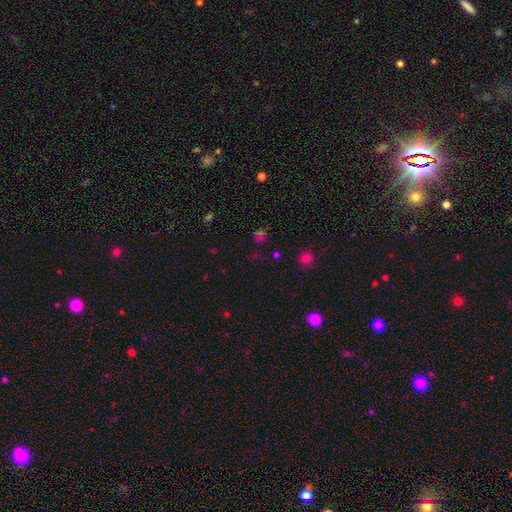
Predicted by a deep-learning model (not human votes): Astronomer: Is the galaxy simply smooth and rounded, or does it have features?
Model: star or artifact — 52% (runner-up: smooth, 40%).